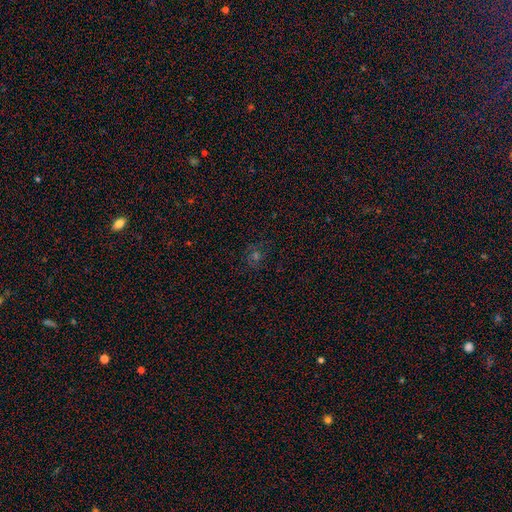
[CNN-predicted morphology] smooth-or-featured: smooth: 41% (tied) | star or artifact: 41% (tied) | featured or disk: 18%
  merging: none: 81% | minor disturbance: 12% | major disturbance: 5% | merger: 2%